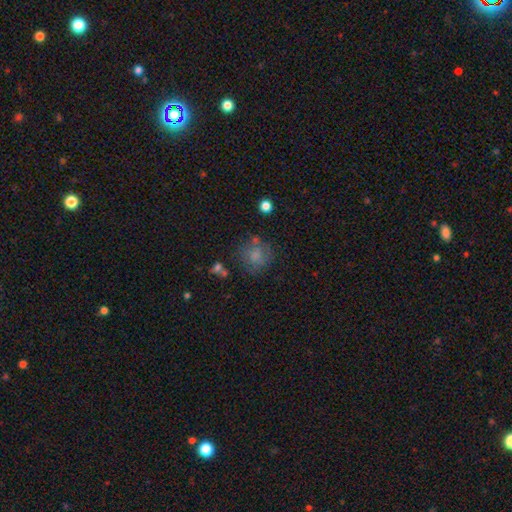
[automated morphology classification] smooth_or_featured: smooth (p=0.66) [alt: featured or disk p=0.22]
how_rounded: round (p=0.82) [alt: in between p=0.17]
merging: none (p=0.62) [alt: minor disturbance p=0.20]